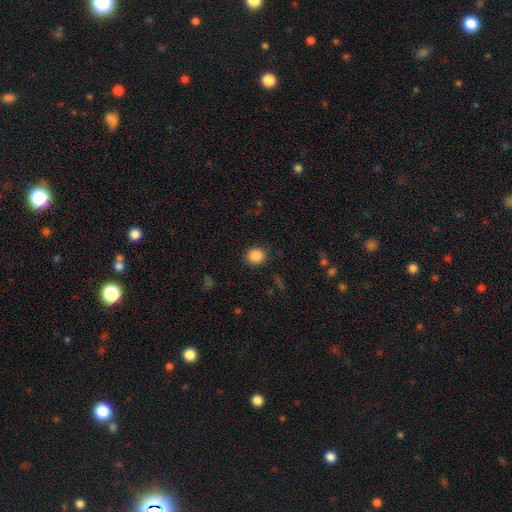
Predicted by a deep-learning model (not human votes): Q: Smooth or featured?
A: smooth (87%); runner-up: star or artifact (10%)
Q: How rounded?
A: round (84%); runner-up: in between (15%)
Q: Merging?
A: none (89%); runner-up: minor disturbance (7%)